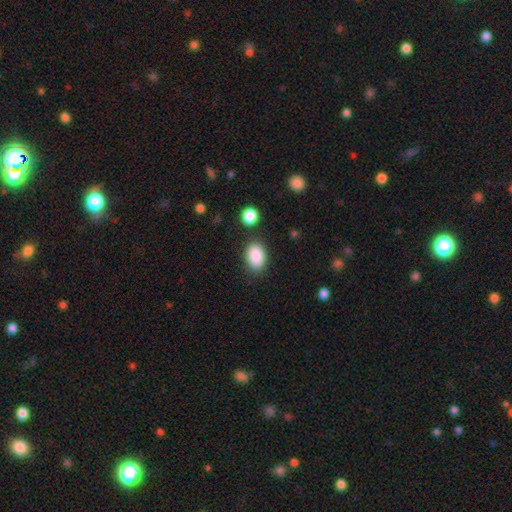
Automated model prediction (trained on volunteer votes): Smooth or featured?
  - smooth: 89% *
  - star or artifact: 7%
  - featured or disk: 4%
How rounded?
  - in between: 86% *
  - round: 13%
  - cigar-shaped: 1%
Merging?
  - none: 82% *
  - minor disturbance: 11%
  - merger: 4%
  - major disturbance: 3%